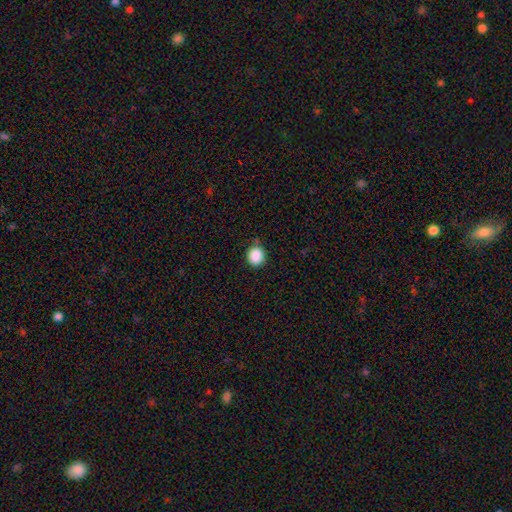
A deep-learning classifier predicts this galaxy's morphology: Smooth or featured? smooth (88%)
How rounded? round (81%)
Merging? none (82%)